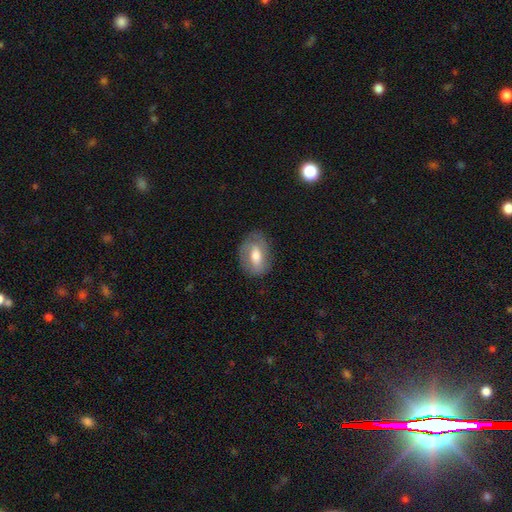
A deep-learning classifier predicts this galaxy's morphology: smooth 51%, featured or disk 41%, star or artifact 7%. Down the decision tree: how rounded — in between (72%); merging — none (75%).